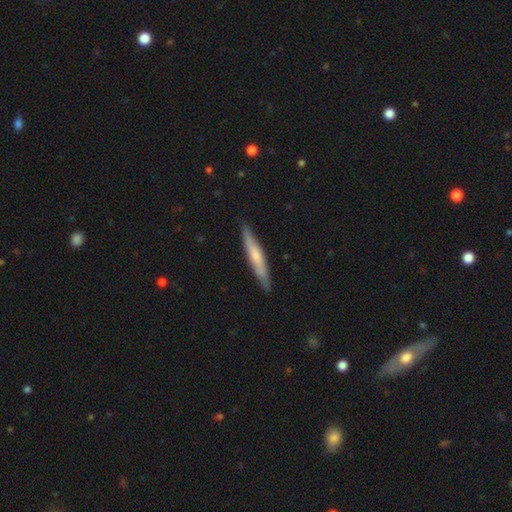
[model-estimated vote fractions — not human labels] smooth 53%, featured or disk 42%, star or artifact 5%. Down the decision tree: how rounded — cigar-shaped (94%); merging — none (86%).